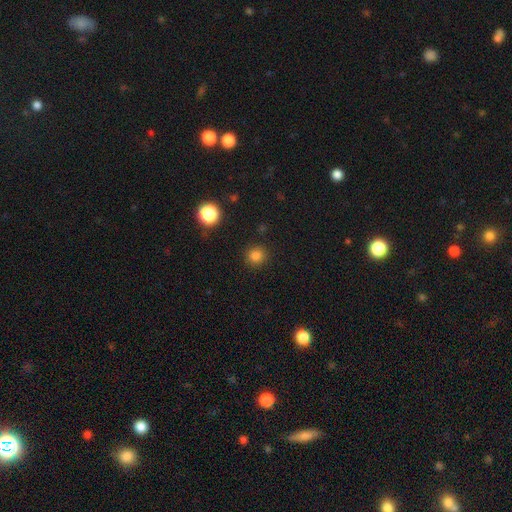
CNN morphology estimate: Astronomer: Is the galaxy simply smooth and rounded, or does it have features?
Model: smooth — 81%.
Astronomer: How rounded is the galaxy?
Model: round — 92%.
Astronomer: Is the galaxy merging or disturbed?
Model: none — 90%.